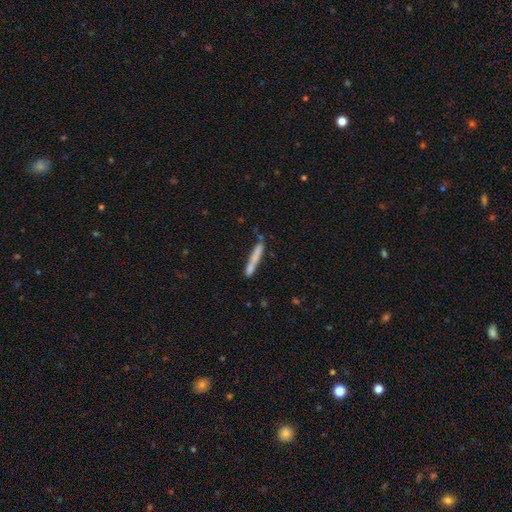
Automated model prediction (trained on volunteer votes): smooth-or-featured: smooth: 68% | featured or disk: 25% | star or artifact: 7%
  how-rounded: cigar-shaped: 94% | in between: 5% | round: 2%
  merging: none: 63% | minor disturbance: 19% | merger: 13% | major disturbance: 6%